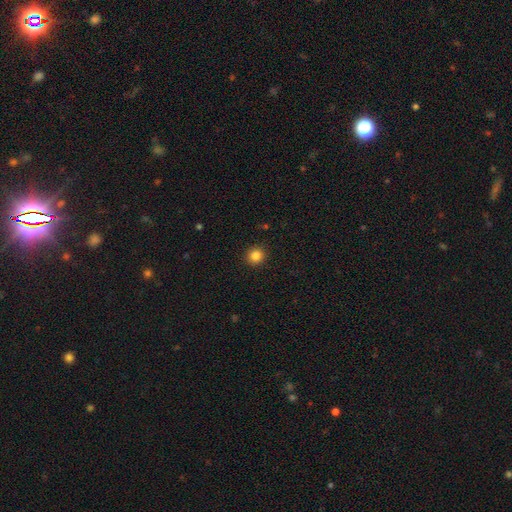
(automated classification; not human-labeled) Smooth or featured: smooth — 84% (star or artifact — 11%)
How rounded: round — 92% (in between — 7%)
Merging: none — 92% (minor disturbance — 5%)